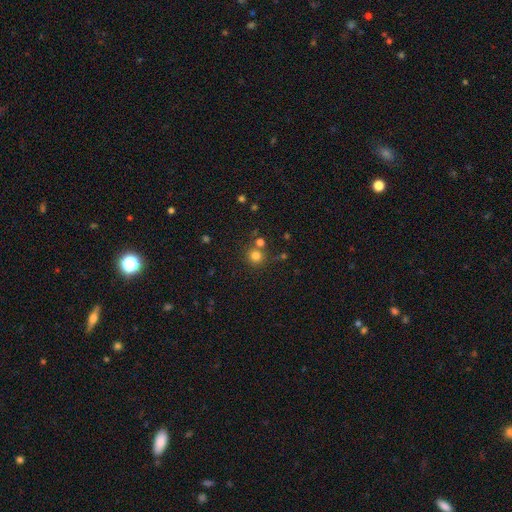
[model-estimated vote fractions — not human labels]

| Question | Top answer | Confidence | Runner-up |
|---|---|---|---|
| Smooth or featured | smooth | 78% | star or artifact (15%) |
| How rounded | round | 92% | in between (7%) |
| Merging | none | 71% | merger (17%) |